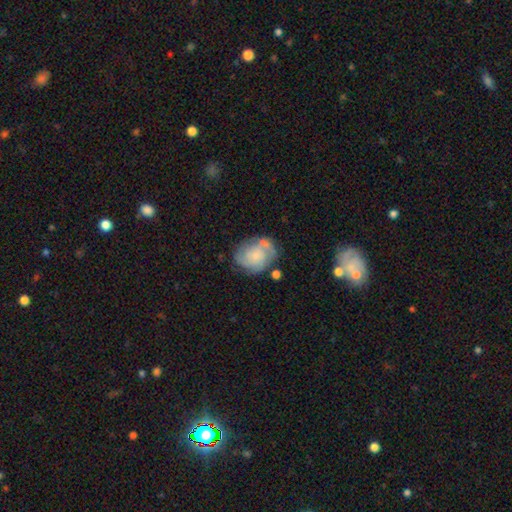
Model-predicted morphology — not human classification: Smooth or featured? Predicted: featured or disk (p=0.63). Edge-on disk? Predicted: no (p=0.98). Bar? Predicted: no (p=0.77). Spiral arms? Predicted: yes (p=0.87). Spiral winding? Predicted: tight (p=0.51). Spiral arm count? Predicted: can't tell (p=0.34). Bulge size? Predicted: small (p=0.52). Merging? Predicted: none (p=0.61).